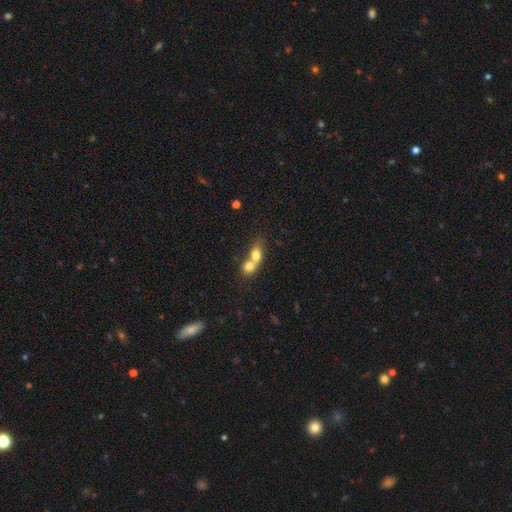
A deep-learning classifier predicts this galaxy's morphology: This appears to be a smooth galaxy with no disk features (71%) that is in between round and cigar-shaped (51%). Merging: merger (77%).